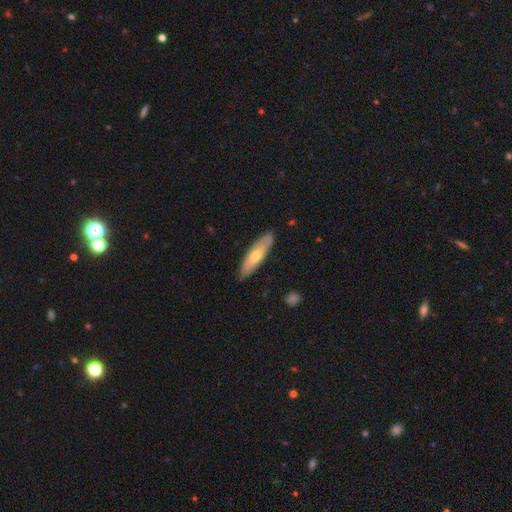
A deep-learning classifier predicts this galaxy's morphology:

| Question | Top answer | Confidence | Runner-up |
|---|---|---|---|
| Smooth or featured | smooth | 52% | featured or disk (43%) |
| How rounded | cigar-shaped | 61% | in between (38%) |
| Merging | none | 84% | minor disturbance (13%) |